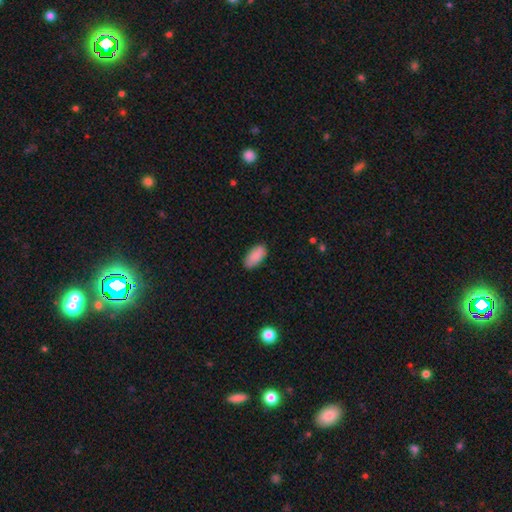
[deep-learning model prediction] The model was most divided on "merging": none: 85%, minor disturbance: 11%, major disturbance: 2%, merger: 1%. More confident: how rounded — in between (93%); smooth or featured — smooth (89%).